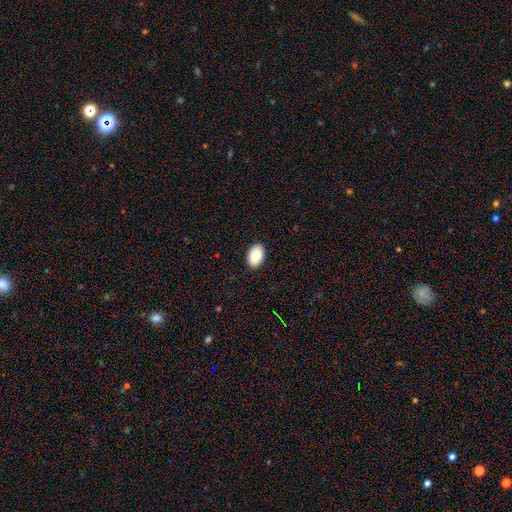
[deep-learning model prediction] This is clearly a smooth galaxy (86%). How rounded: clearly in between (90%). Merging: clearly none (90%).